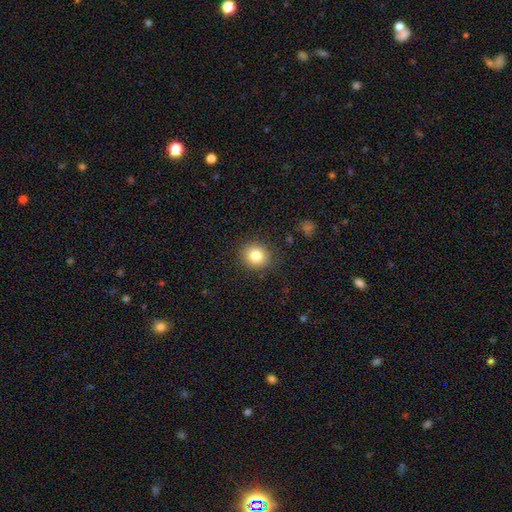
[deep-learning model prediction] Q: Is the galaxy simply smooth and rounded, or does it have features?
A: smooth — 81%.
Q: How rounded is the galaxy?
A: round — 83%.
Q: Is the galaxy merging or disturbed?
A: none — 88%.